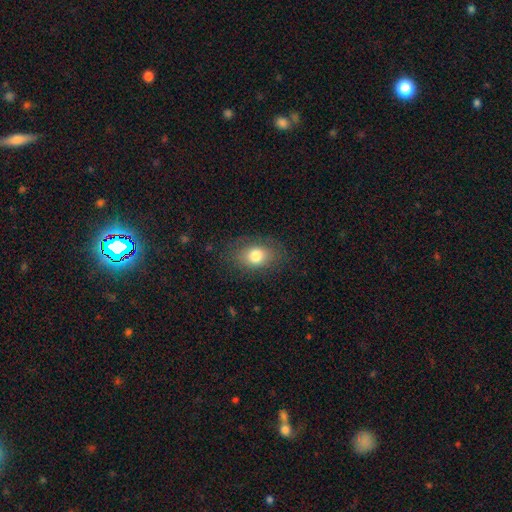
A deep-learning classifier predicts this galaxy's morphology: smooth_or_featured: smooth (p=0.78) [alt: featured or disk p=0.13]
how_rounded: in between (p=0.74) [alt: round p=0.25]
merging: none (p=0.80) [alt: minor disturbance p=0.14]